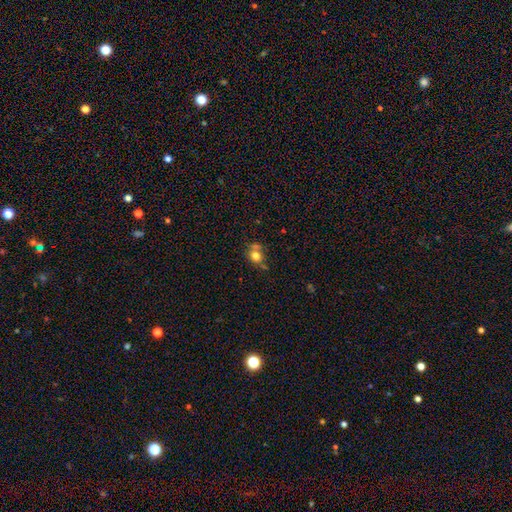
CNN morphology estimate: This appears to be a smooth galaxy with no disk features (74%) that is round (64%). Merging: none (47%).